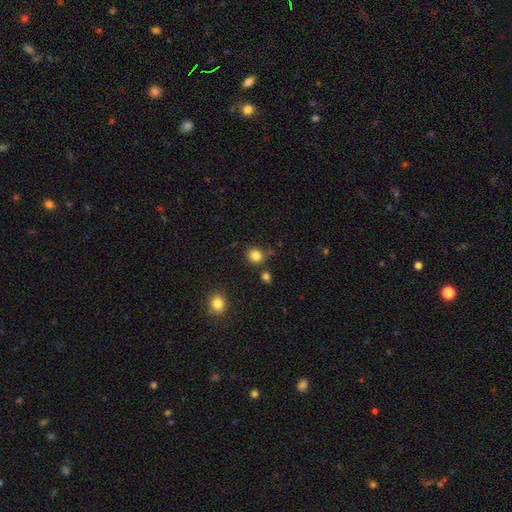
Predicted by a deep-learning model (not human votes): Smooth or featured? Predicted: smooth (p=0.84). How rounded? Predicted: round (p=0.85). Merging? Predicted: none (p=0.80).